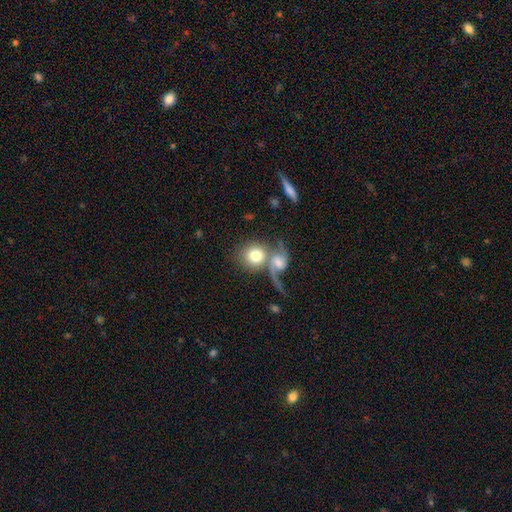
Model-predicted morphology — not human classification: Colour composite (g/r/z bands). It shows a smooth galaxy with no disk features (69%) that is round (77%). Merging: merger (56%).